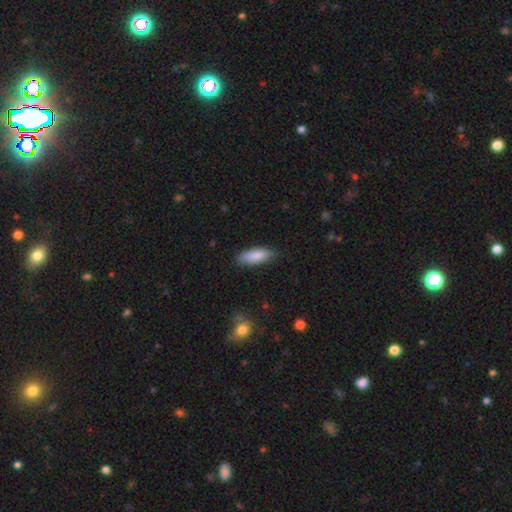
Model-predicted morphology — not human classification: Smooth or featured? Predicted: smooth (p=0.86). How rounded? Predicted: in between (p=0.66). Merging? Predicted: none (p=0.85).